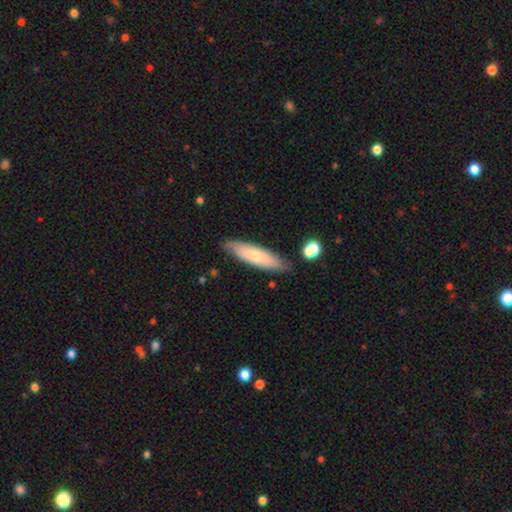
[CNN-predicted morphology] smooth-or-featured: smooth: 65% | featured or disk: 29% | star or artifact: 6%
  how-rounded: cigar-shaped: 69% | in between: 30% | round: 2%
  merging: none: 81% | minor disturbance: 14% | merger: 3% | major disturbance: 2%